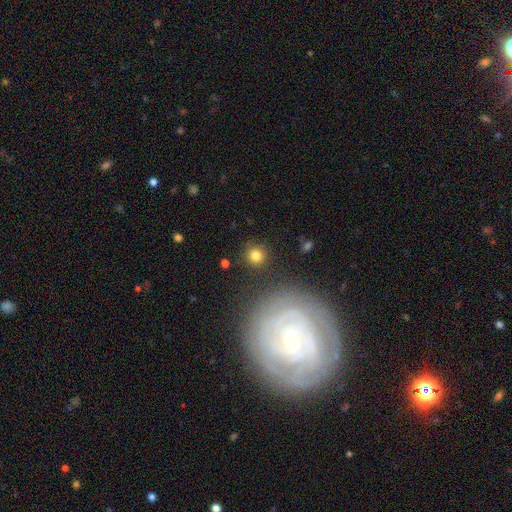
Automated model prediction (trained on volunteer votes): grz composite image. It shows a smooth galaxy with no disk features (79%) that is round (92%). Merging: none (88%).